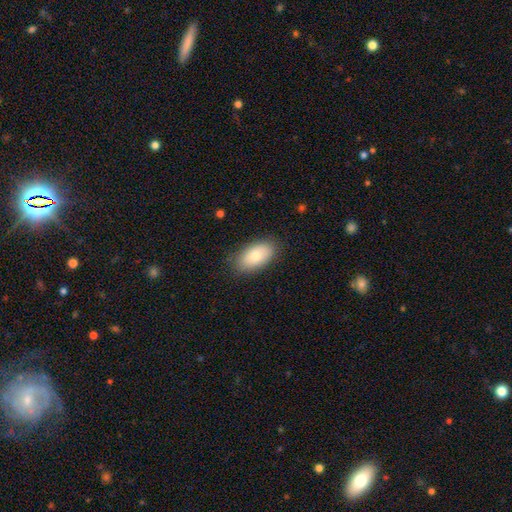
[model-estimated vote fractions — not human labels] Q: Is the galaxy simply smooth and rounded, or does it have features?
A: smooth — 79%.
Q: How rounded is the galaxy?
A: in between — 94%.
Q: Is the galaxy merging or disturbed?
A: none — 84%.